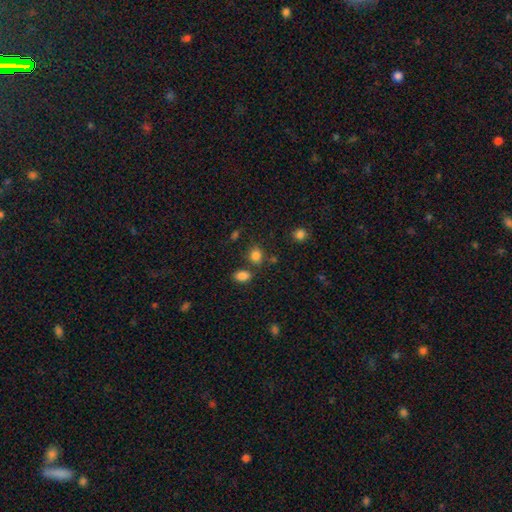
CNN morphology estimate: smooth 83%, star or artifact 12%, featured or disk 5%. Down the decision tree: how rounded — round (54%); merging — none (70%).